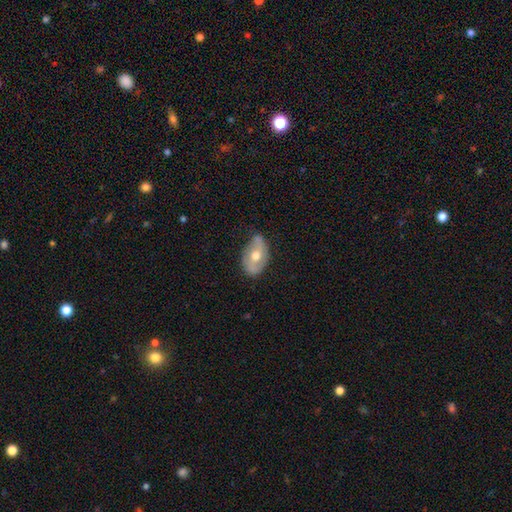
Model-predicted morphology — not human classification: smooth 49%, featured or disk 45%, star or artifact 7%. Down the decision tree: merging — none (59%).